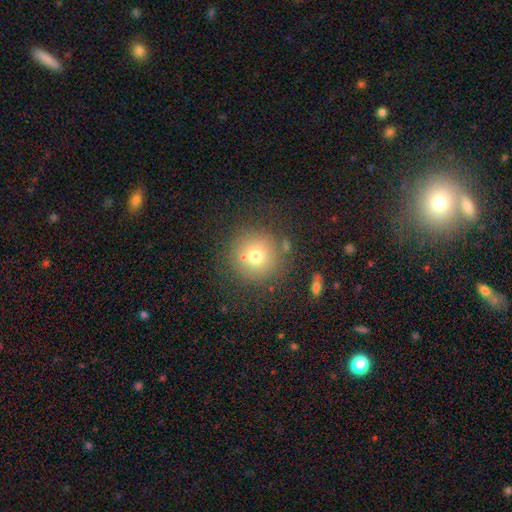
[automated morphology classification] smooth_or_featured: smooth (p=0.70) [alt: featured or disk p=0.16]
how_rounded: round (p=0.95) [alt: in between p=0.04]
merging: none (p=0.76) [alt: merger p=0.10]